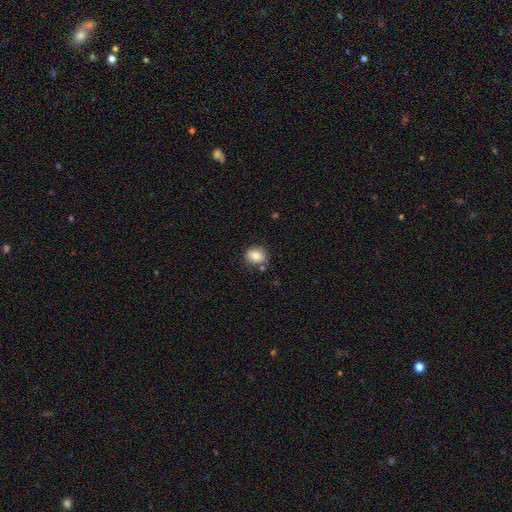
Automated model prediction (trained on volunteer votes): This is clearly a smooth galaxy (81%). How rounded: likely round (63%). Merging: likely none (75%).